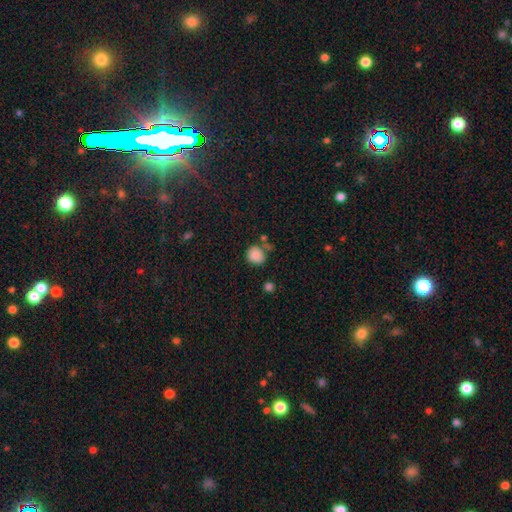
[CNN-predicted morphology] This is clearly a smooth galaxy (86%). How rounded: clearly round (80%). Merging: likely none (66%).